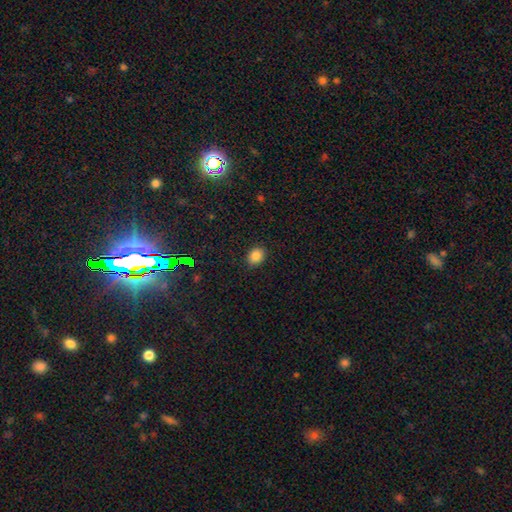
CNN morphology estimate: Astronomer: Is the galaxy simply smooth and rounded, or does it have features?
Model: smooth — 86%.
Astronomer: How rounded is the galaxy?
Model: in between — 56% (runner-up: round, 43%).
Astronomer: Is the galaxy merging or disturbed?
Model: none — 89%.